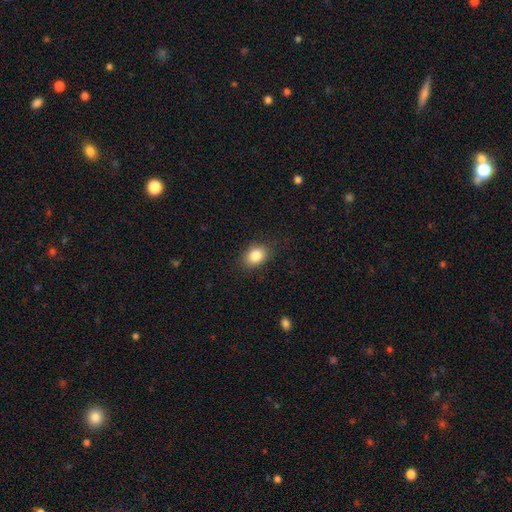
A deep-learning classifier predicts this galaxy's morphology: A smooth galaxy with no disk features (85%) that is in between round and cigar-shaped (64%). Merging: none (83%).